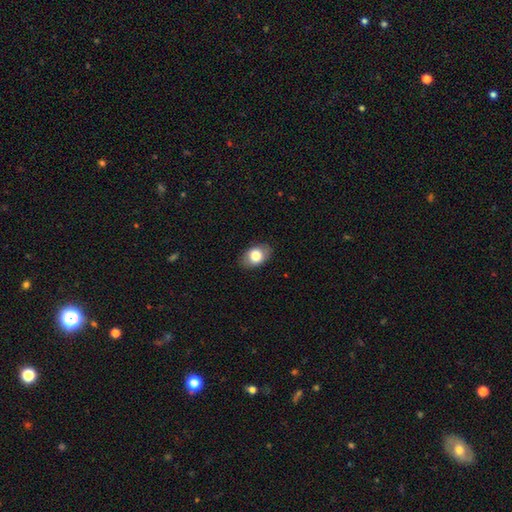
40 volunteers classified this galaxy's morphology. smooth 75%, featured or disk 22%, star or artifact 2%. Down the decision tree: how rounded — in between (80%); merging — none (87%).